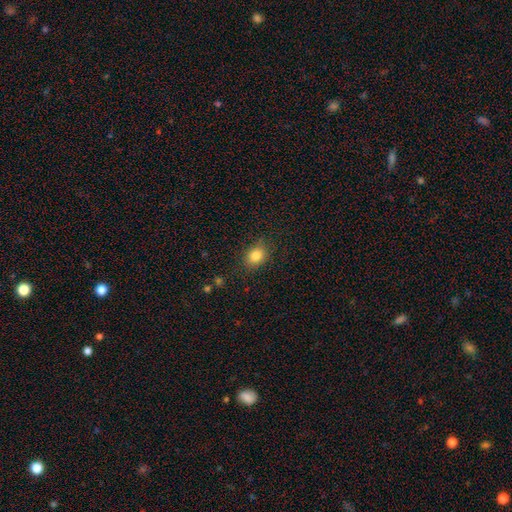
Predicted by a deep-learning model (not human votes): A smooth galaxy with no disk features (83%) that is in between round and cigar-shaped (55%). Merging: none (83%).